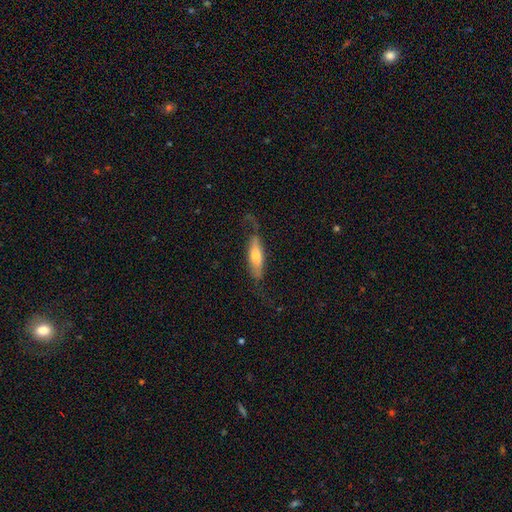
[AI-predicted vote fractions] The model was most divided on "how rounded": cigar-shaped: 55%, in between: 43%, round: 2%. More confident: smooth or featured — smooth (54%); merging — none (54%).